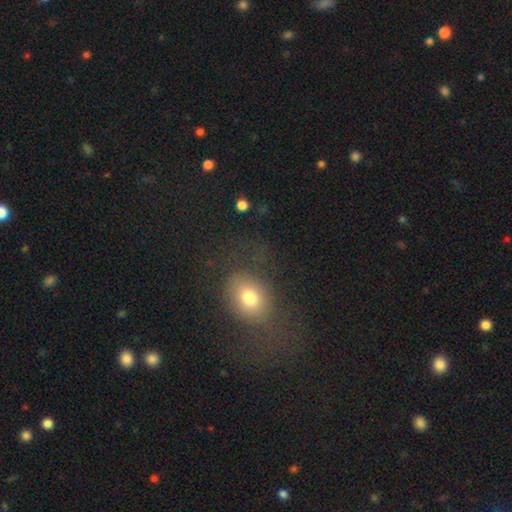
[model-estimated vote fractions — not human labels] smooth_or_featured: smooth (p=0.63) [alt: star or artifact p=0.21]
how_rounded: in between (p=0.49) [tied with: round p=0.49]
merging: none (p=0.66) [alt: minor disturbance p=0.16]